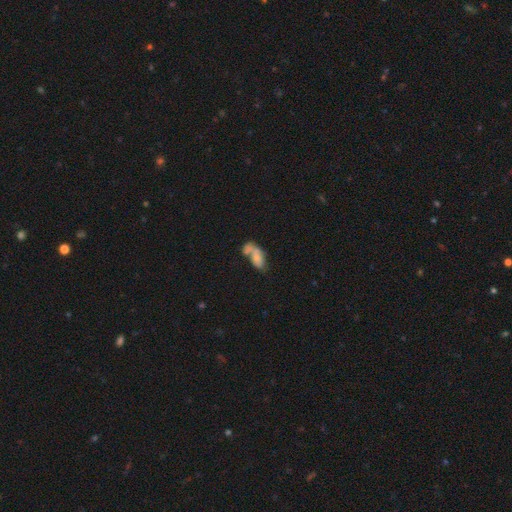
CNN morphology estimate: Smooth or featured? smooth (61%)
How rounded? in between (87%)
Merging? merger (49%)